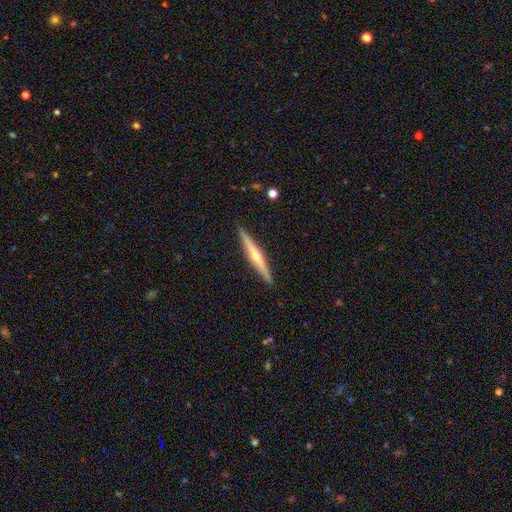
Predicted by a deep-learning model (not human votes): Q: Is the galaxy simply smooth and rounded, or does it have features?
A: featured or disk — 74%.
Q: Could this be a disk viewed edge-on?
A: yes — 98%.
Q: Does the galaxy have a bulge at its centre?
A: rounded — 89%.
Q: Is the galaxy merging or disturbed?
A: none — 92%.